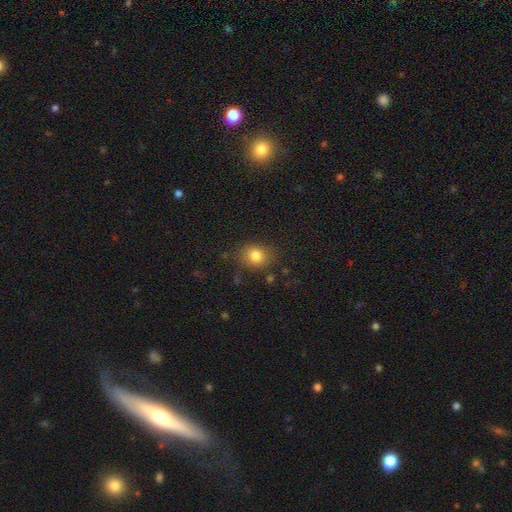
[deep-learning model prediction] smooth 81%, star or artifact 12%, featured or disk 7%. Down the decision tree: how rounded — round (60%); merging — none (80%).